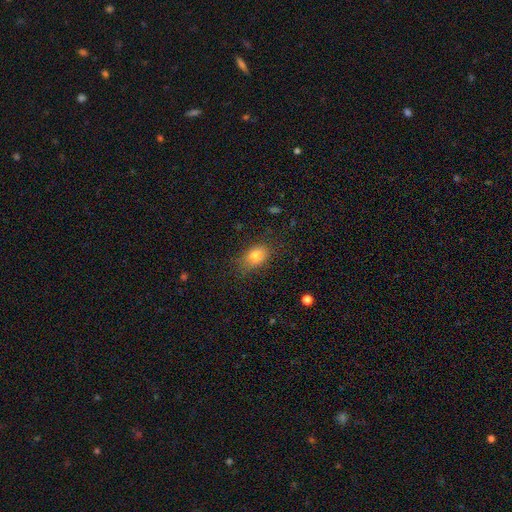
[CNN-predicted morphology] type=smooth (79%); roundness=in between (76%); merging=none (70%).